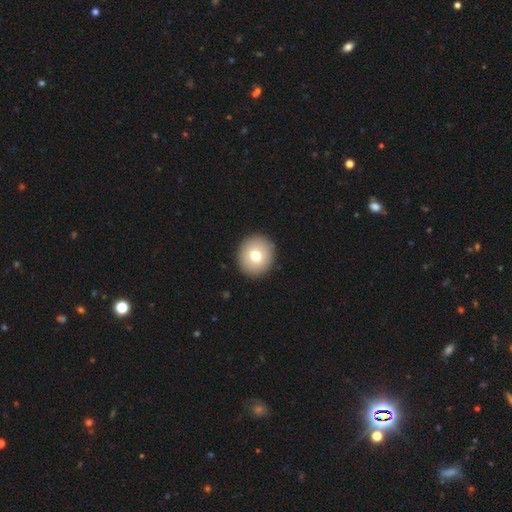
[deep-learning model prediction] A smooth galaxy with no disk features (74%) that is round (88%). Merging: none (92%).